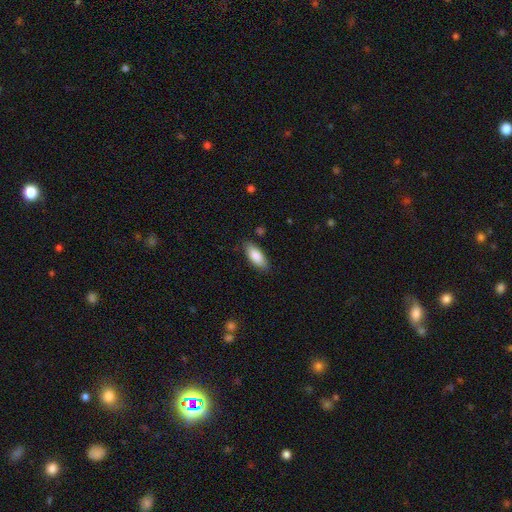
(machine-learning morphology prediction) Overall: smooth (84%). How rounded: in between (82%). Merging: none (84%).